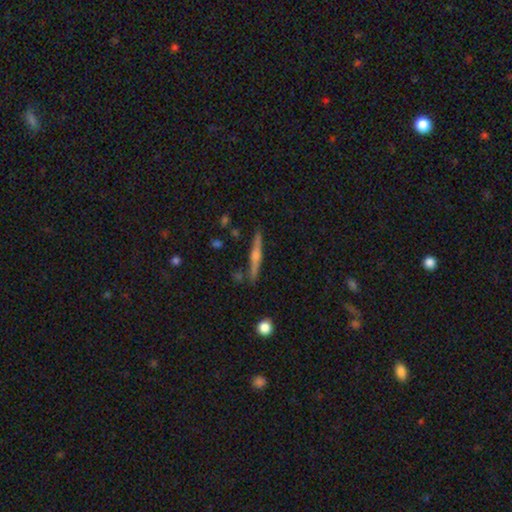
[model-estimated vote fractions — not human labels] This is likely a featured or disk galaxy (72%). It is clearly viewed edge-on (98%). Edge-on bulge: clearly rounded (87%). Merging: clearly none (88%).